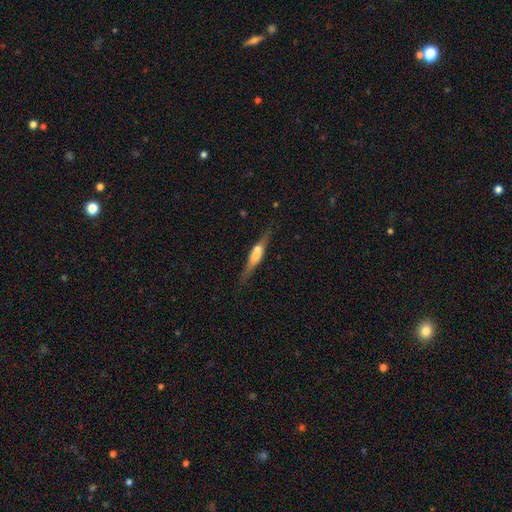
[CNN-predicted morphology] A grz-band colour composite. It shows a featured or disk galaxy (55%) viewed edge-on (91%) with a rounded central bulge (71%). Merging: none (70%).